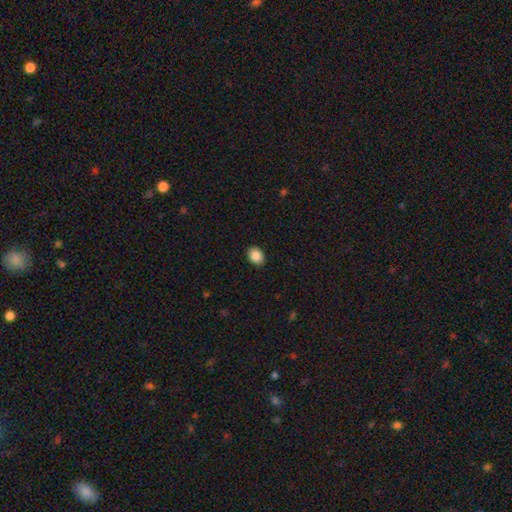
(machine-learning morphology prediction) A smooth galaxy with no disk features (88%) that is in between round and cigar-shaped (57%). Merging: none (90%).